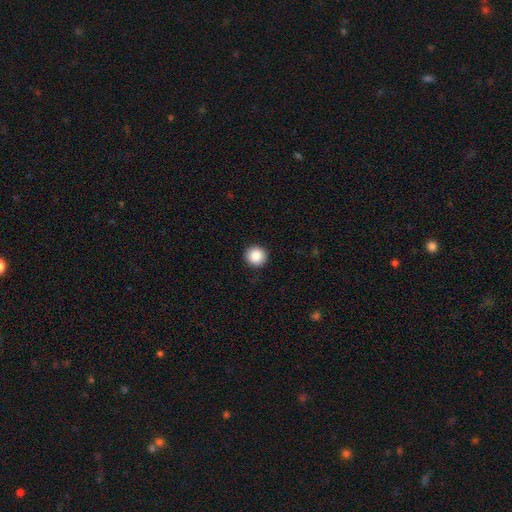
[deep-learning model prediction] A smooth galaxy with no disk features (88%) that is round (94%).

Vote fractions:
- Smooth or featured? smooth: 88% / star or artifact: 8% / featured or disk: 4%
- How rounded? round: 94% / in between: 5% / cigar-shaped: 1%
- Merging? none: 92% / minor disturbance: 5% / major disturbance: 2% / merger: 1%